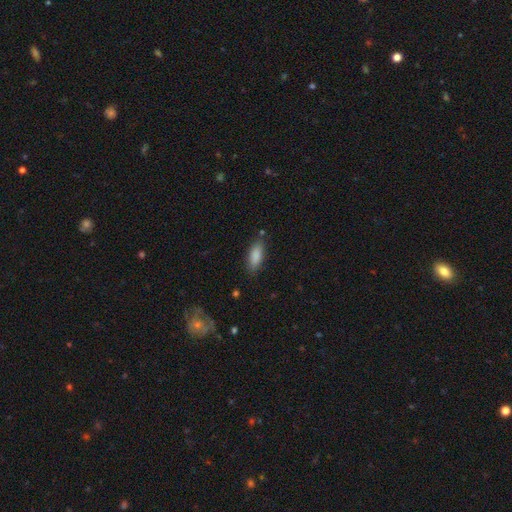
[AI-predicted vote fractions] Overall: smooth (87%). How rounded: in between (73%). Merging: none (83%).